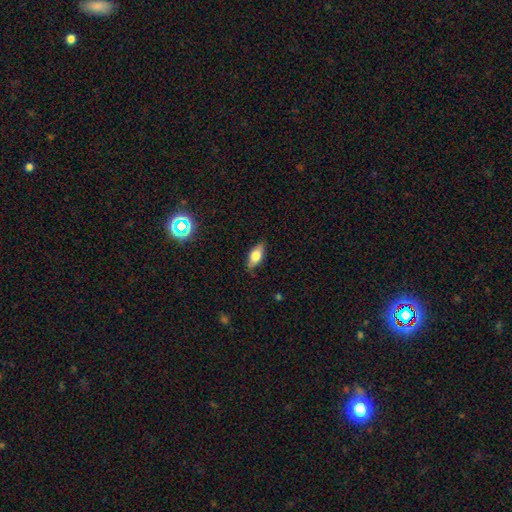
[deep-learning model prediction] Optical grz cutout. It shows a smooth galaxy with no disk features (64%) that is in between round and cigar-shaped (82%). Merging: none (82%).